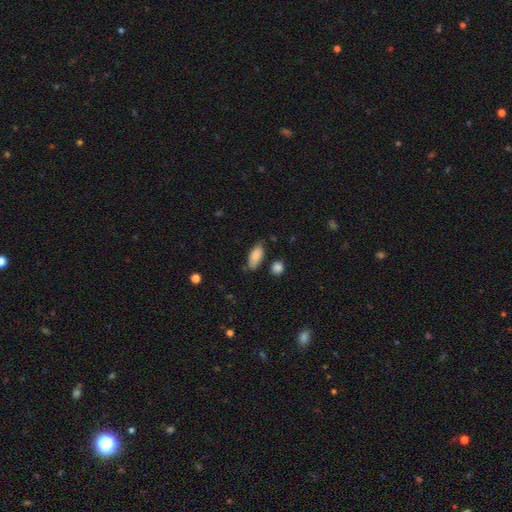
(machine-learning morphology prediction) A smooth galaxy with no disk features (83%) that is in between round and cigar-shaped (82%).

Vote fractions:
- Smooth or featured? smooth: 83% / featured or disk: 10% / star or artifact: 7%
- How rounded? in between: 82% / cigar-shaped: 15% / round: 3%
- Merging? none: 71% / minor disturbance: 21% / major disturbance: 4% / merger: 4%